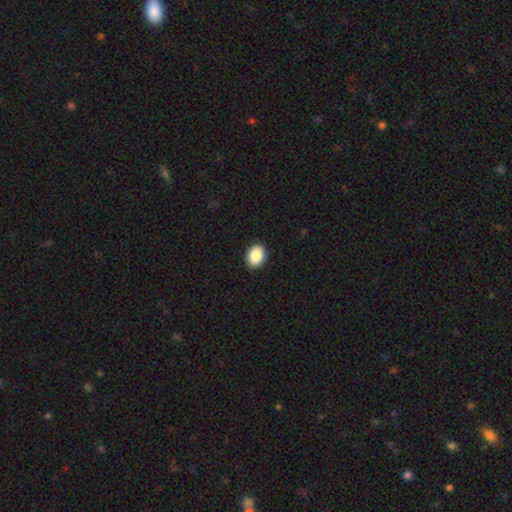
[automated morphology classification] A smooth galaxy with no disk features (89%) that is in between round and cigar-shaped (75%). Merging: none (91%).